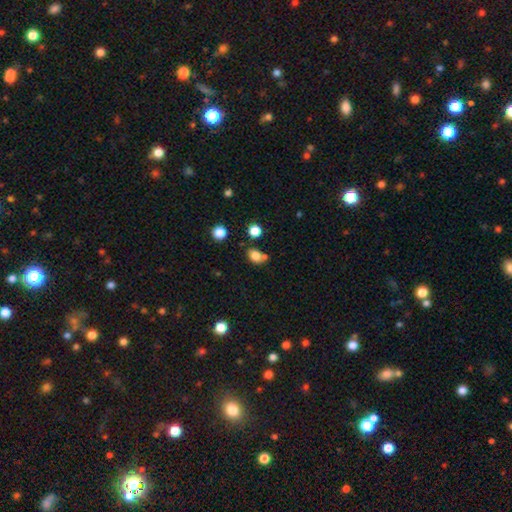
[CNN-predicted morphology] A smooth galaxy with no disk features (80%) that is in between round and cigar-shaped (59%). Merging: none (58%).